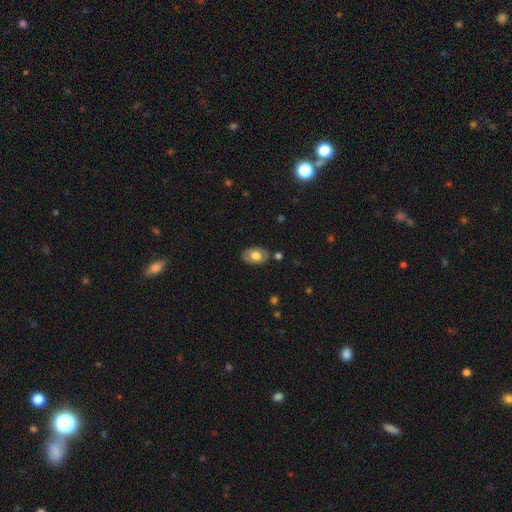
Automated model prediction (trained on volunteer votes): This appears to be a smooth galaxy with no disk features (73%) that is in between round and cigar-shaped (89%). Merging: none (79%).